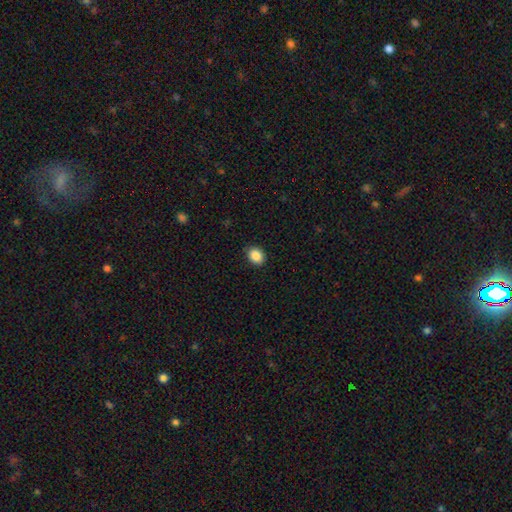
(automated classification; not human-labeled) Smooth or featured? smooth (87%)
How rounded? round (52%)
Merging? none (88%)